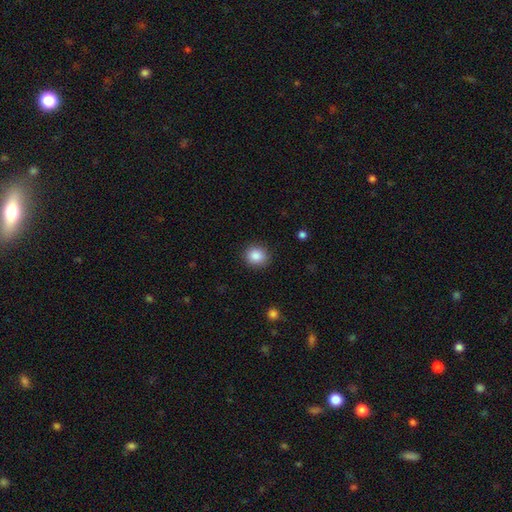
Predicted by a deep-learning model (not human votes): Smooth or featured? Predicted: smooth (p=0.87). How rounded? Predicted: round (p=0.81). Merging? Predicted: none (p=0.89).